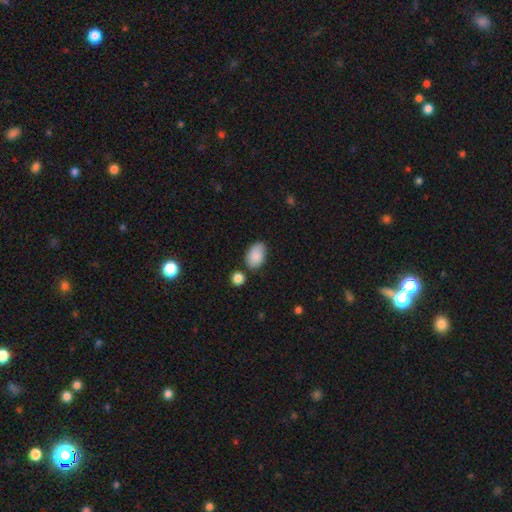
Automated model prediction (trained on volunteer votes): smooth_or_featured: smooth (p=0.87) [alt: star or artifact p=0.07]
how_rounded: in between (p=0.89) [alt: round p=0.10]
merging: none (p=0.69) [alt: minor disturbance p=0.21]